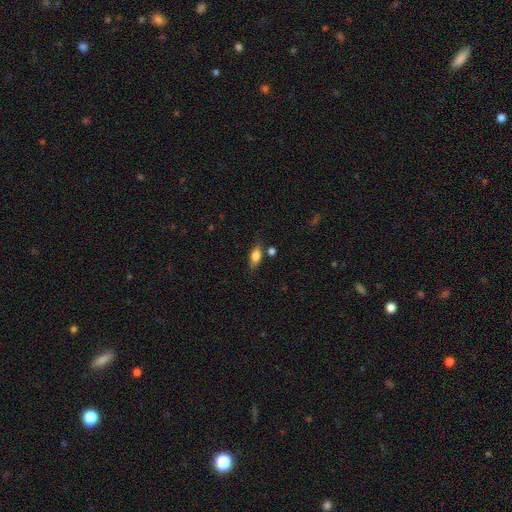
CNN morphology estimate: The model was most divided on "merging": none: 73%, minor disturbance: 17%, merger: 6%, major disturbance: 4%. More confident: how rounded — in between (77%); smooth or featured — smooth (76%).